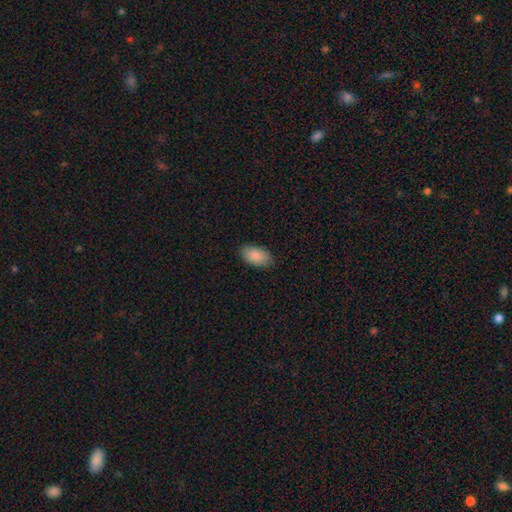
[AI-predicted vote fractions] Morphology: type=smooth (88%); roundness=in between (94%); merging=none (86%).